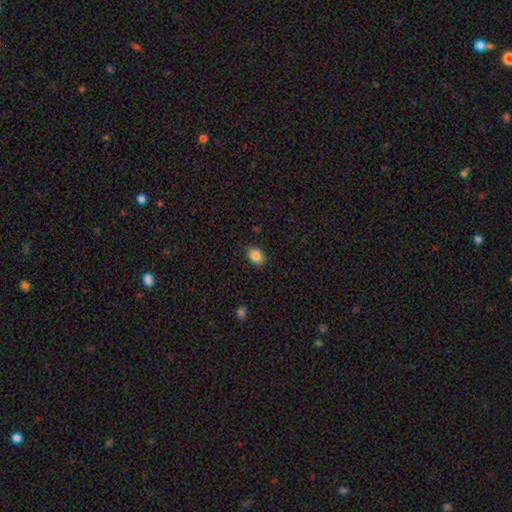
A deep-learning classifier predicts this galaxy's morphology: This appears to be a smooth galaxy with no disk features (86%) that is in between round and cigar-shaped (72%). Merging: none (86%).